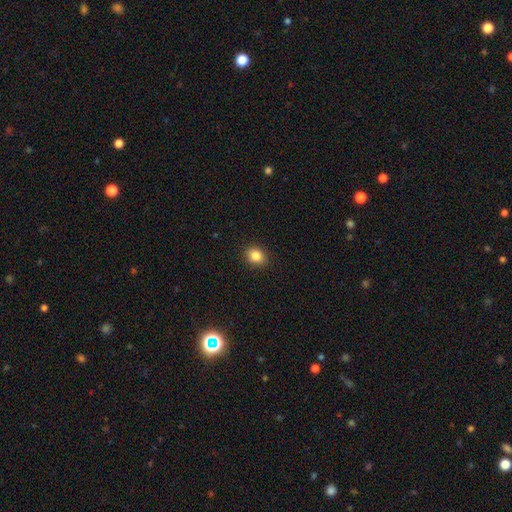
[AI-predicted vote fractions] smooth_or_featured: smooth (p=0.85) [alt: star or artifact p=0.10]
how_rounded: round (p=0.56) [alt: in between p=0.43]
merging: none (p=0.90) [alt: minor disturbance p=0.07]